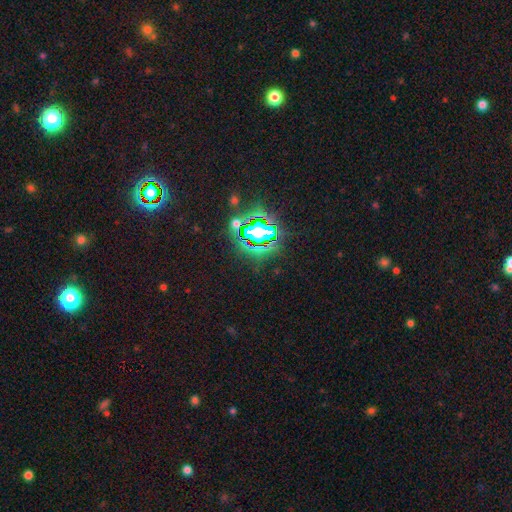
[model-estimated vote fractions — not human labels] Smooth or featured?
  - star or artifact: 84% *
  - smooth: 9%
  - featured or disk: 6%